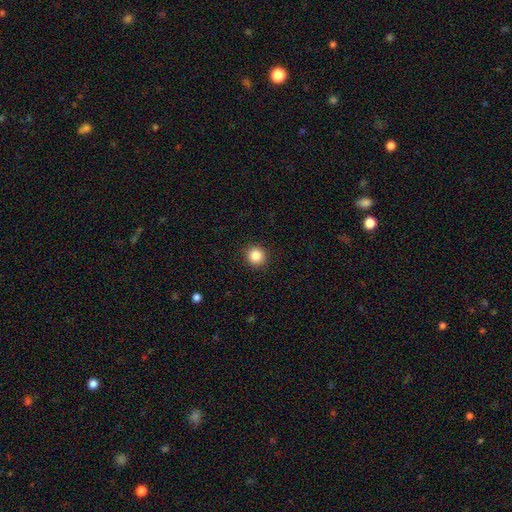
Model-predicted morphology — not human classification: Smooth or featured? Predicted: smooth (p=0.86). How rounded? Predicted: round (p=0.93). Merging? Predicted: none (p=0.92).